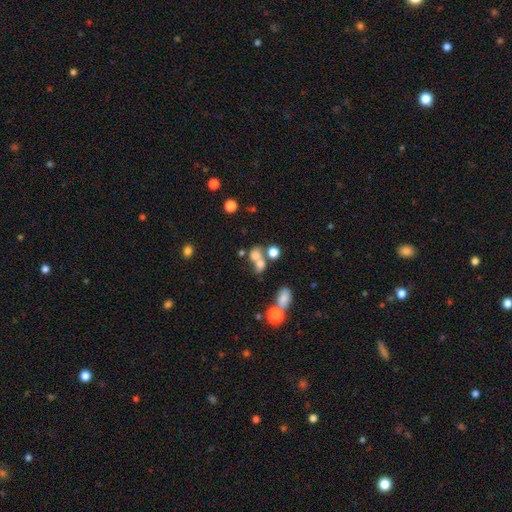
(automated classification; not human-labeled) This is likely a smooth galaxy (68%). How rounded: likely round (61%). Merging: possibly merger (52%).